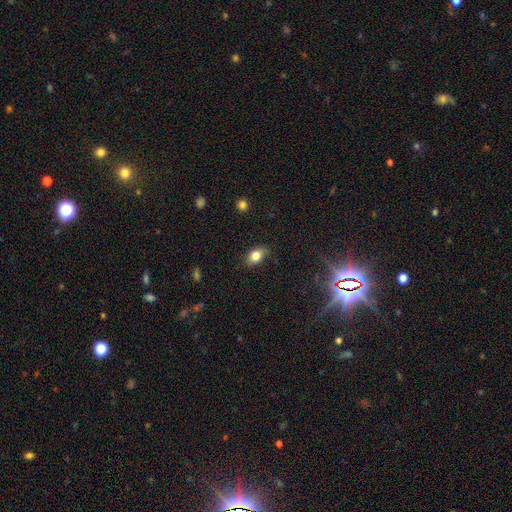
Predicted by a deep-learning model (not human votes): This appears to be a smooth galaxy with no disk features (81%) that is in between round and cigar-shaped (80%). Merging: none (79%).